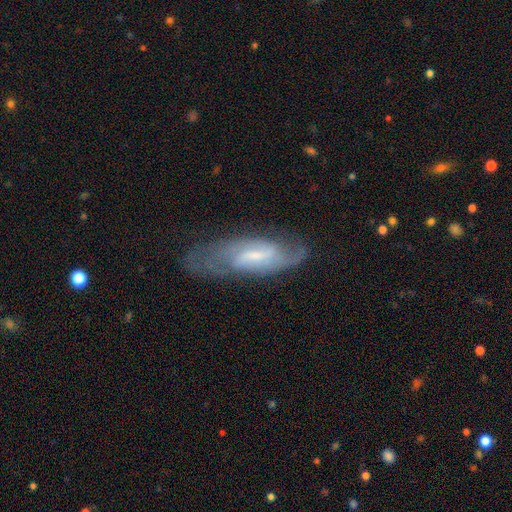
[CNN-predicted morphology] A featured or disk galaxy (76%) with a weak bar (52%), 2 (65%) medium (47%) spiral arms (91%) and a small central bulge (52%). Merging: none (68%).